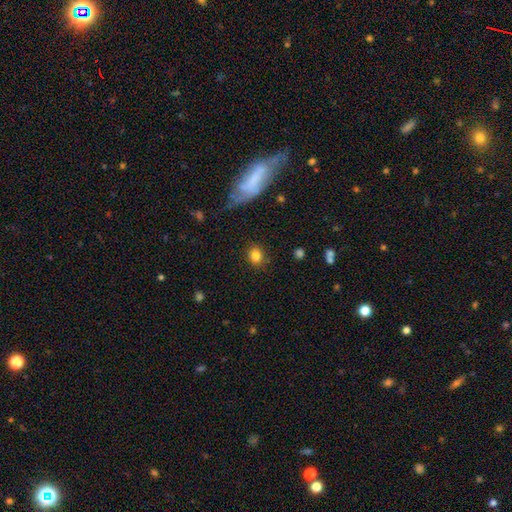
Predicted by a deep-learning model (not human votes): This appears to be a smooth galaxy with no disk features (83%) that is round (64%). Merging: none (85%).